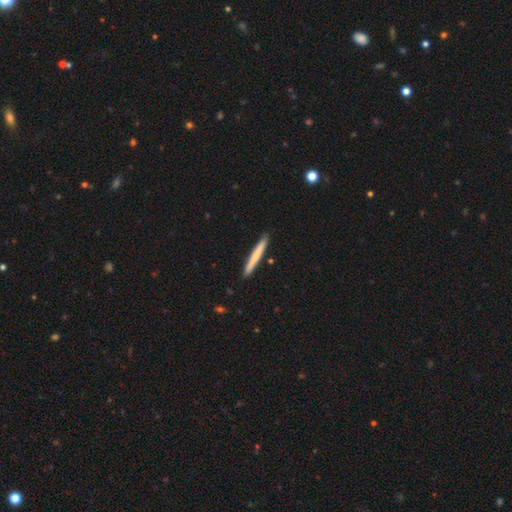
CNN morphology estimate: Q: Smooth or featured?
A: smooth (69%); runner-up: featured or disk (26%)
Q: How rounded?
A: cigar-shaped (97%); runner-up: in between (2%)
Q: Merging?
A: none (91%); runner-up: minor disturbance (6%)